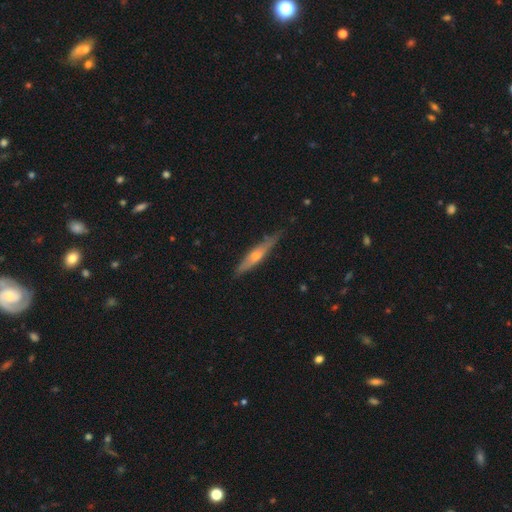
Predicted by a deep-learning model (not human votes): The model was most divided on "smooth or featured": featured or disk: 61%, smooth: 33%, star or artifact: 6%. More confident: edge-on disk — yes (90%); edge-on bulge — rounded (86%); merging — none (81%).